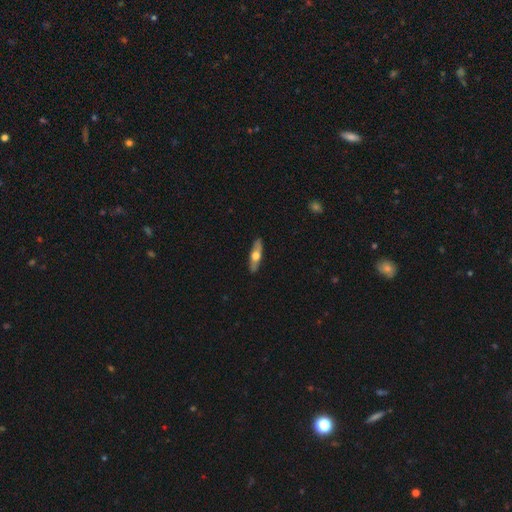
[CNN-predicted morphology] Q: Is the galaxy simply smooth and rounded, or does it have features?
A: smooth — 50%.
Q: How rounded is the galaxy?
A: cigar-shaped — 60%.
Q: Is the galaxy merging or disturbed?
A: none — 89%.